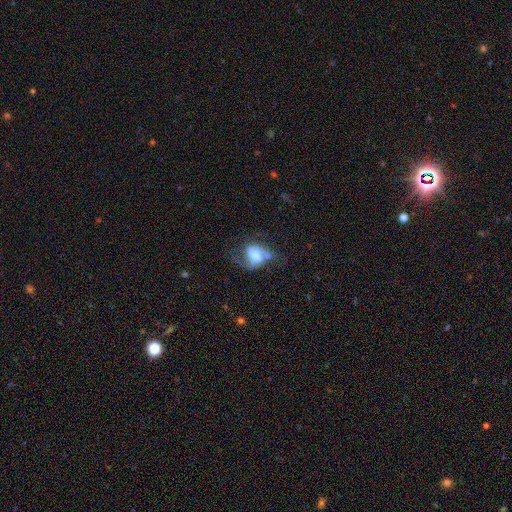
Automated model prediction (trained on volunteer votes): smooth-or-featured: featured or disk: 49% | smooth: 42% | star or artifact: 8%
  merging: none: 35% | minor disturbance: 24% | major disturbance: 24% | merger: 16%